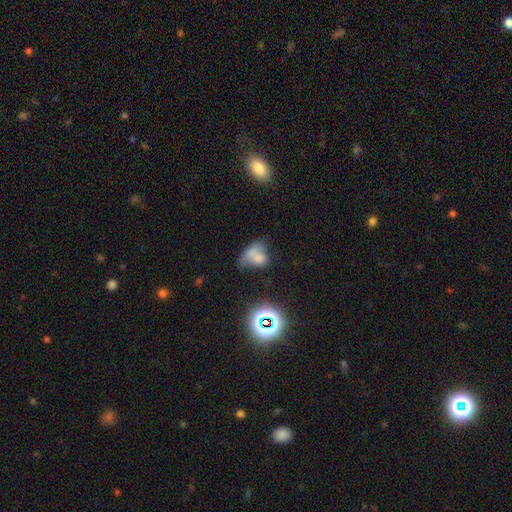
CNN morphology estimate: Smooth or featured: smooth — 62% (featured or disk — 21%)
How rounded: in between — 70% (round — 28%)
Merging: merger — 45% (none — 24%)